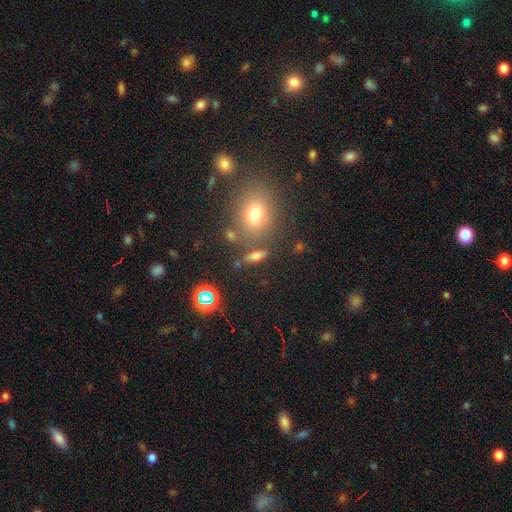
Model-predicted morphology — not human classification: This appears to be a smooth galaxy with no disk features (67%) that is in between round and cigar-shaped (52%). Merging: none (73%).